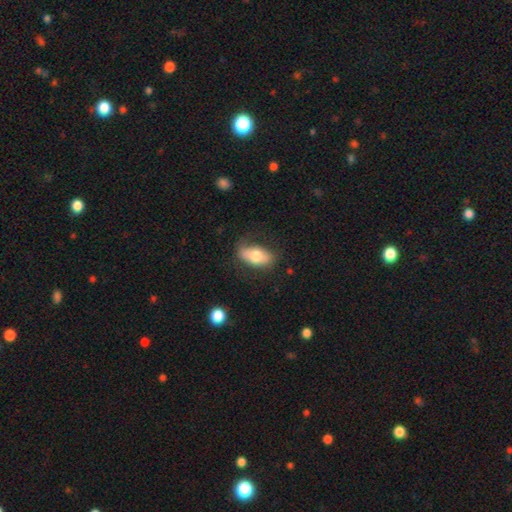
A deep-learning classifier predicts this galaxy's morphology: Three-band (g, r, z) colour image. It shows a smooth galaxy with no disk features (66%) that is in between round and cigar-shaped (90%). Merging: none (64%).